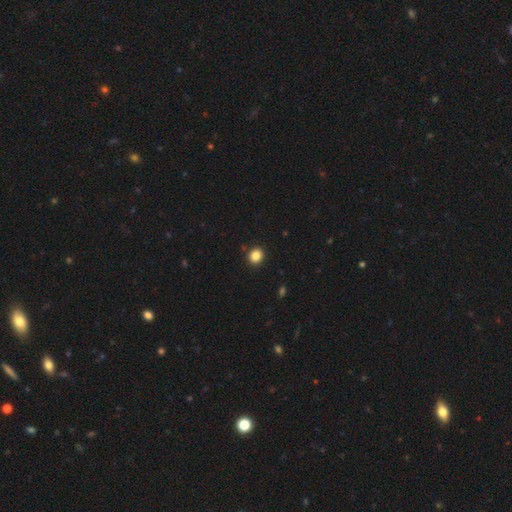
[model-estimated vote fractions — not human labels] A smooth galaxy with no disk features (86%) that is round (74%).

Vote fractions:
- Smooth or featured? smooth: 86% / star or artifact: 10% / featured or disk: 3%
- How rounded? round: 74% / in between: 26% / cigar-shaped: 1%
- Merging? none: 91% / minor disturbance: 6% / major disturbance: 2% / merger: 1%